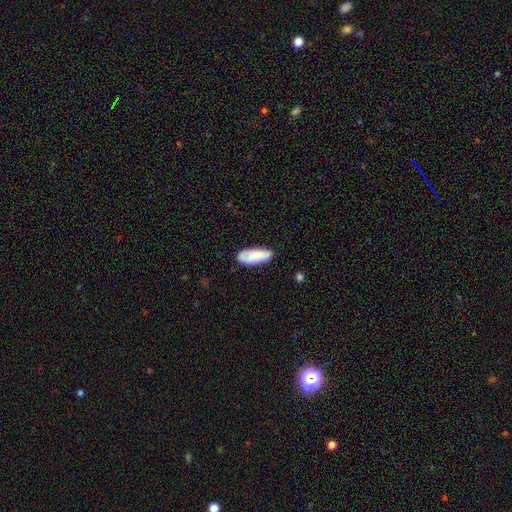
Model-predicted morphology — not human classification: This is likely a smooth galaxy (75%). How rounded: likely in between (76%). Merging: likely none (76%).